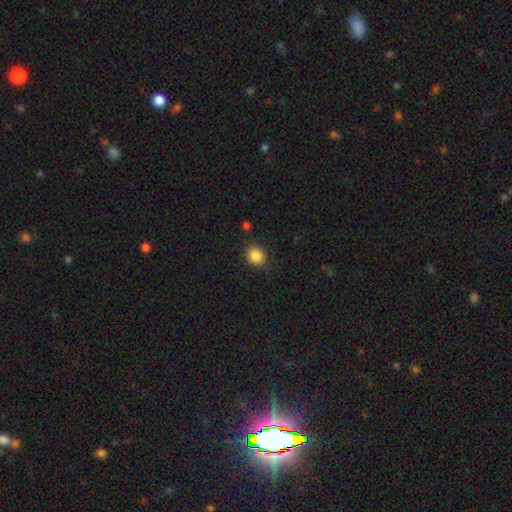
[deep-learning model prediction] This is clearly a smooth galaxy (86%). How rounded: possibly round (59%). Merging: clearly none (82%).